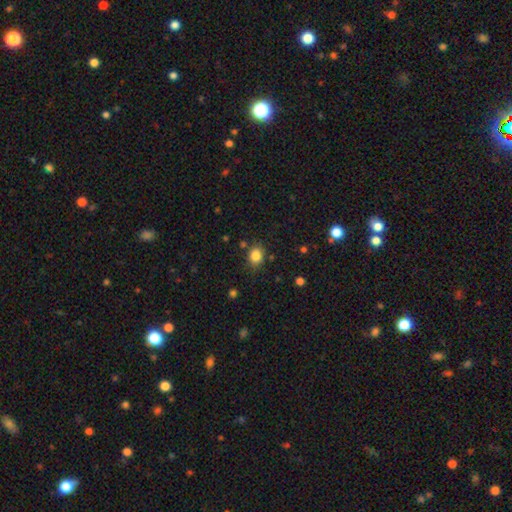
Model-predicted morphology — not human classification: type=smooth (84%); roundness=round (53%); merging=none (79%).